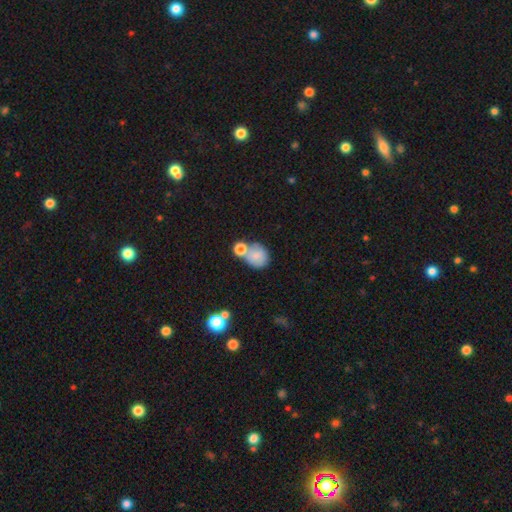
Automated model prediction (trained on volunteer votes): A smooth galaxy with no disk features (77%) that is round (75%). Merging: none (43%).